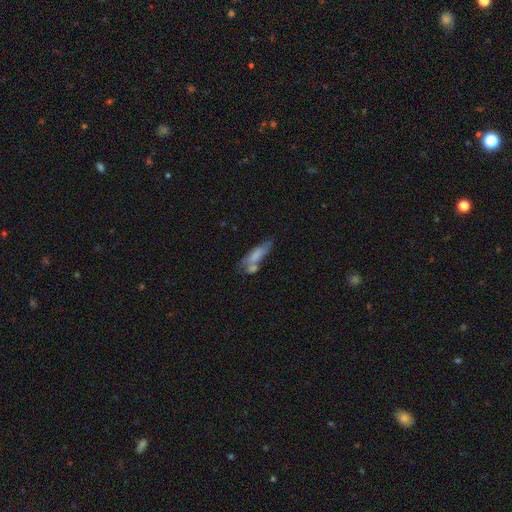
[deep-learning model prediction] This is likely a smooth galaxy (66%). How rounded: possibly in between (49%). Merging: marginally none (35%).